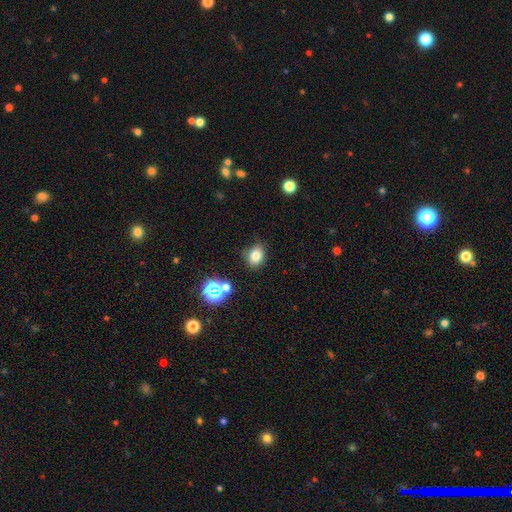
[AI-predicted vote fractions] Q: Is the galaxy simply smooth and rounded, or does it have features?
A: smooth — 78%.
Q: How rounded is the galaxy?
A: in between — 60%.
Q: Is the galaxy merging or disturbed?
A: none — 81%.